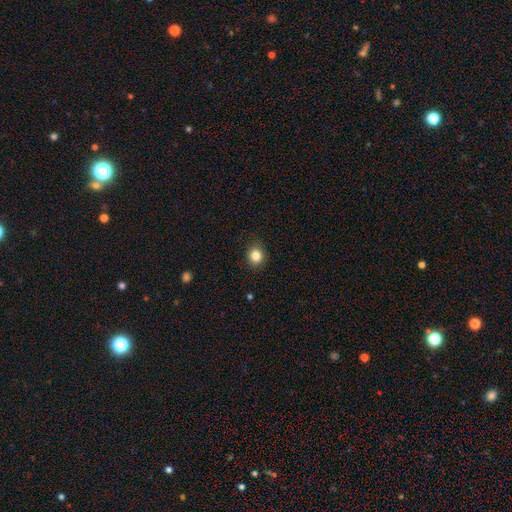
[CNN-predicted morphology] type=smooth (84%); roundness=round (82%); merging=none (88%).